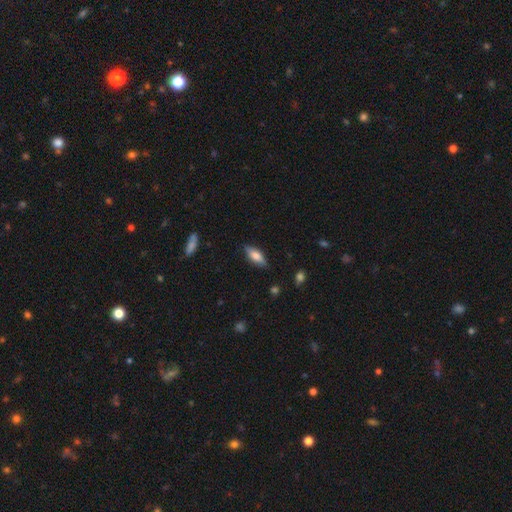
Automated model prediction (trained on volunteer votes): Smooth or featured?
  - smooth: 68% *
  - featured or disk: 25%
  - star or artifact: 7%
How rounded?
  - in between: 67% *
  - cigar-shaped: 30%
  - round: 2%
Merging?
  - none: 84% *
  - minor disturbance: 13%
  - major disturbance: 3%
  - merger: 1%